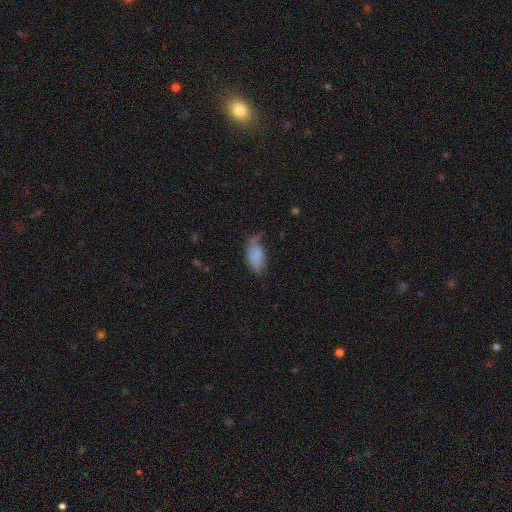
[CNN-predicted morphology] Q: Smooth or featured?
A: smooth (78%); runner-up: featured or disk (13%)
Q: How rounded?
A: in between (92%); runner-up: cigar-shaped (4%)
Q: Merging?
A: none (39%); runner-up: minor disturbance (35%)